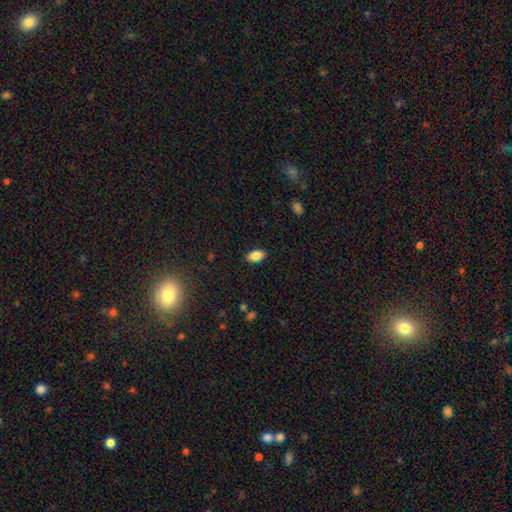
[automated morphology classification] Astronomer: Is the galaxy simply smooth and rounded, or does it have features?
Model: smooth — 85%.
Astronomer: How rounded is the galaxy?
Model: in between — 91%.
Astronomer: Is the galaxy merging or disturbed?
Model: none — 88%.